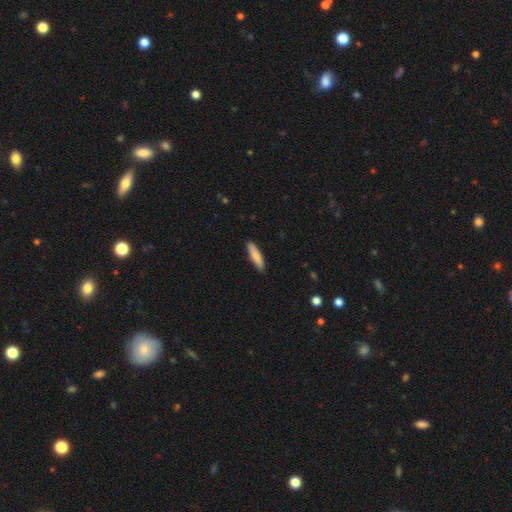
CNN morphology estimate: Smooth or featured? smooth (83%)
How rounded? cigar-shaped (78%)
Merging? none (89%)